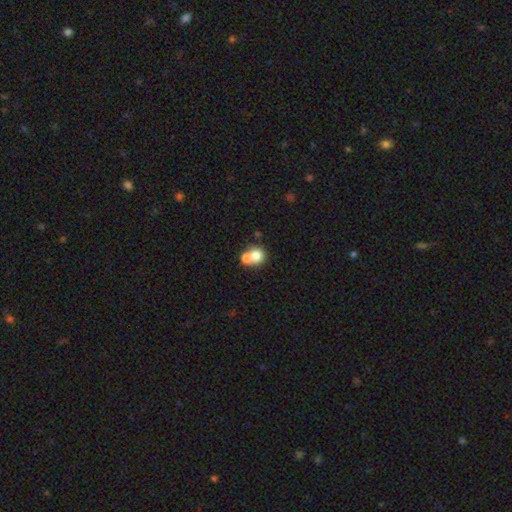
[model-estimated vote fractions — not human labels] A smooth galaxy with no disk features (73%) that is round (83%).

Vote fractions:
- Smooth or featured? smooth: 73% / featured or disk: 16% / star or artifact: 11%
- How rounded? round: 83% / in between: 16% / cigar-shaped: 1%
- Merging? merger: 54% / none: 36% / minor disturbance: 6% / major disturbance: 3%